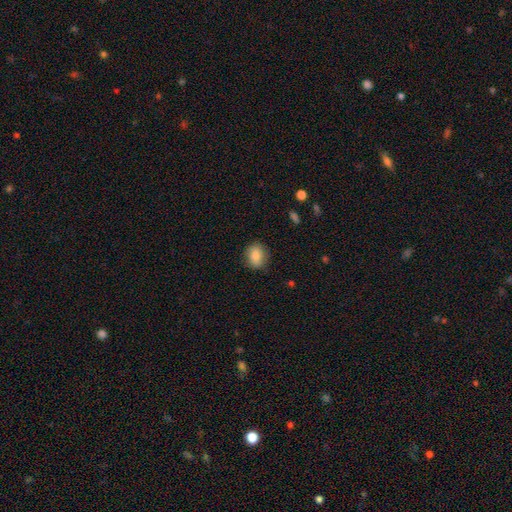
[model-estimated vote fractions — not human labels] A smooth galaxy with no disk features (85%) that is round (53%).

Vote fractions:
- Smooth or featured? smooth: 85% / star or artifact: 8% / featured or disk: 7%
- How rounded? round: 53% / in between: 45% / cigar-shaped: 1%
- Merging? none: 84% / minor disturbance: 12% / major disturbance: 3% / merger: 1%